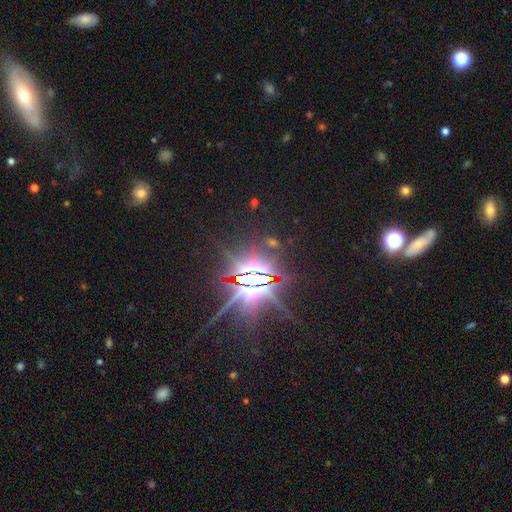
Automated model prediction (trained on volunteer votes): smooth_or_featured: star or artifact (p=0.83) [alt: featured or disk p=0.11]